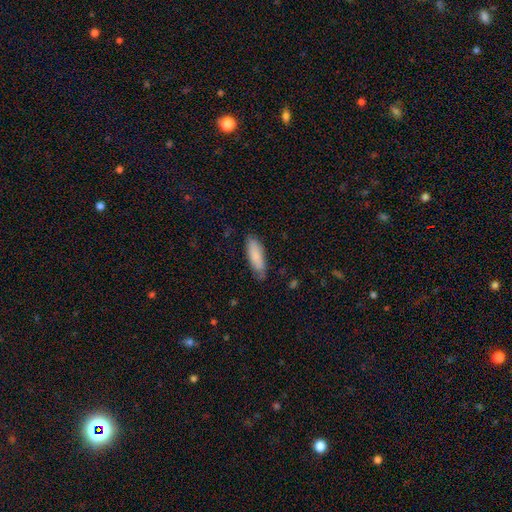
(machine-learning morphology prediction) smooth_or_featured: smooth (p=0.85) [alt: featured or disk p=0.09]
how_rounded: in between (p=0.53) [alt: cigar-shaped p=0.45]
merging: none (p=0.77) [alt: minor disturbance p=0.18]